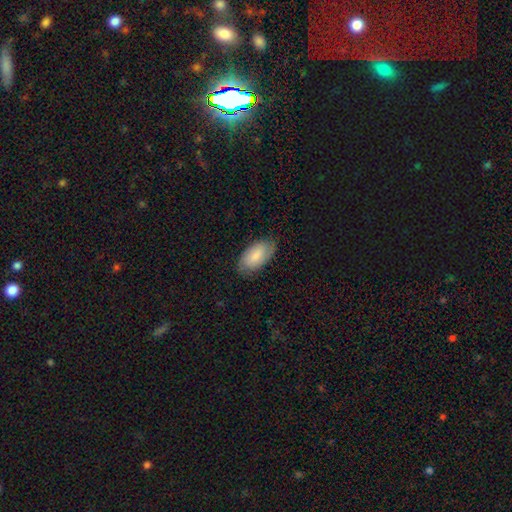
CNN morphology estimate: Q: Smooth or featured?
A: smooth (79%); runner-up: featured or disk (15%)
Q: How rounded?
A: in between (95%); runner-up: round (2%)
Q: Merging?
A: none (78%); runner-up: minor disturbance (17%)